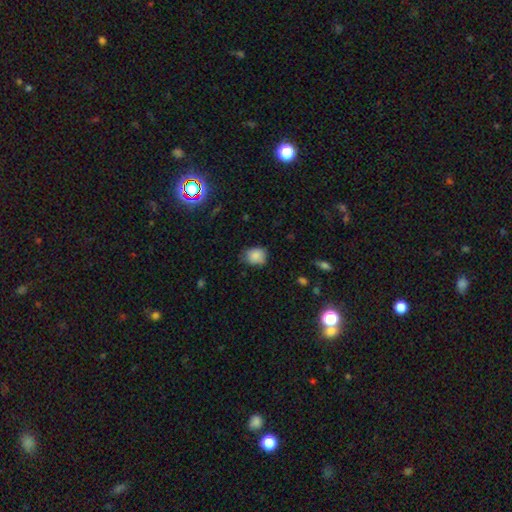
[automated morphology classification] The model was most divided on "how rounded": round: 58%, in between: 41%, cigar-shaped: 1%. More confident: smooth or featured — smooth (84%); merging — none (64%).